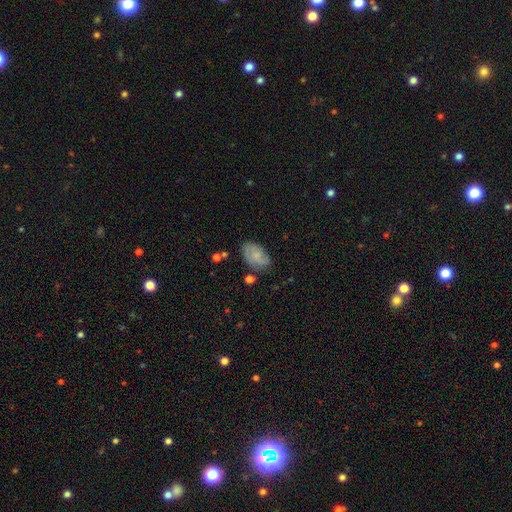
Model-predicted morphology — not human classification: Smooth or featured?
  - smooth: 60% *
  - featured or disk: 32%
  - star or artifact: 8%
How rounded?
  - in between: 89% *
  - round: 9%
  - cigar-shaped: 2%
Merging?
  - none: 70% *
  - minor disturbance: 21%
  - major disturbance: 6%
  - merger: 4%